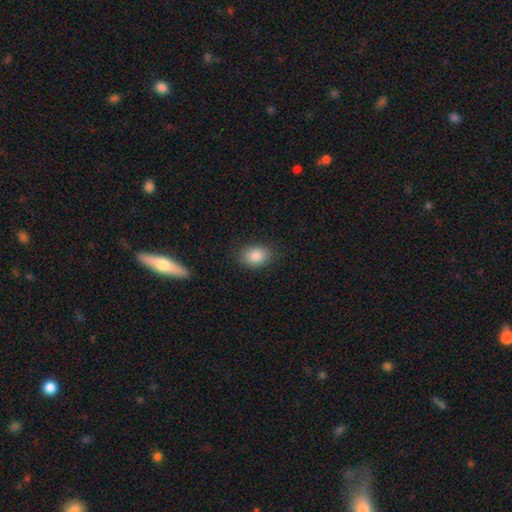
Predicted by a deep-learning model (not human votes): Smooth or featured? smooth (87%)
How rounded? in between (75%)
Merging? none (84%)